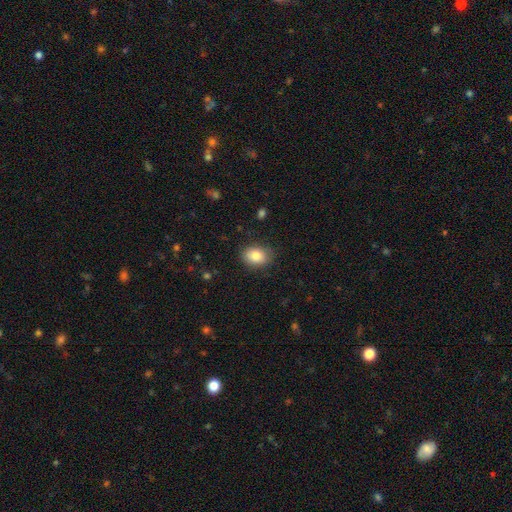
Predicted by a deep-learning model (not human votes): Smooth or featured: smooth — 83% (star or artifact — 8%)
How rounded: in between — 65% (round — 34%)
Merging: none — 84% (minor disturbance — 12%)